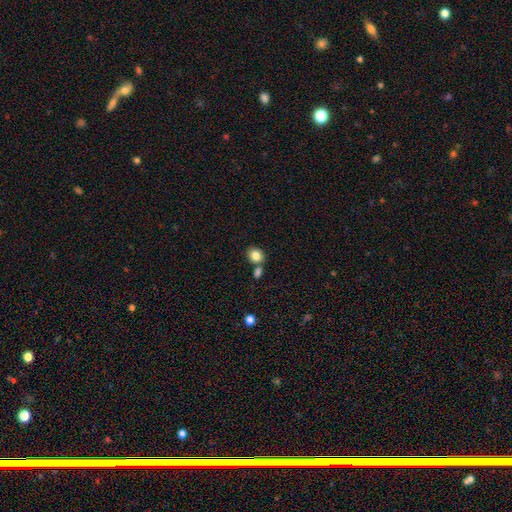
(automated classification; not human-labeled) A smooth galaxy with no disk features (84%) that is round (59%). Merging: none (67%).